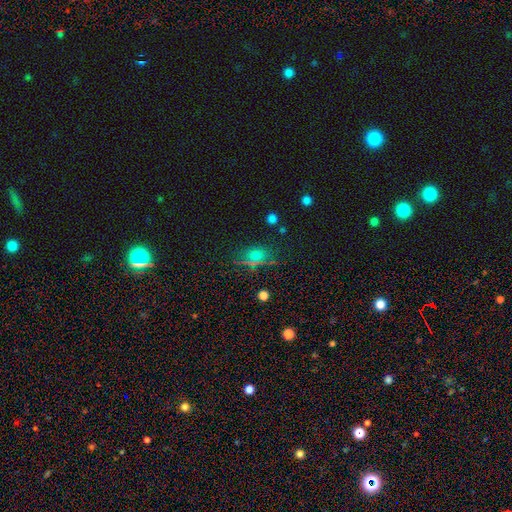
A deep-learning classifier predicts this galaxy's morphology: Smooth or featured: smooth — 58% (star or artifact — 32%)
How rounded: in between — 52% (round — 43%)
Merging: none — 74% (minor disturbance — 14%)